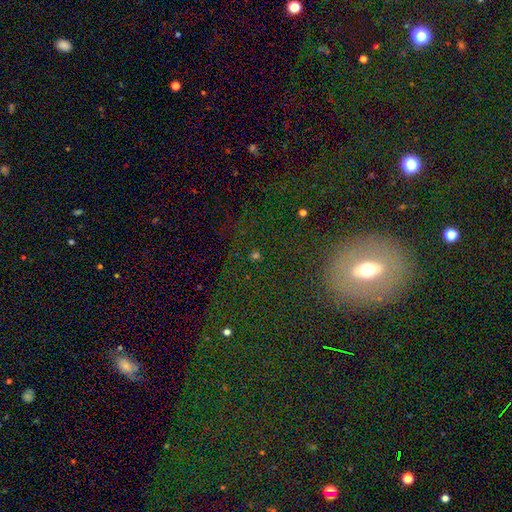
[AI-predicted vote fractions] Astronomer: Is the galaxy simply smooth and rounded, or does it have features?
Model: star or artifact — 59%.